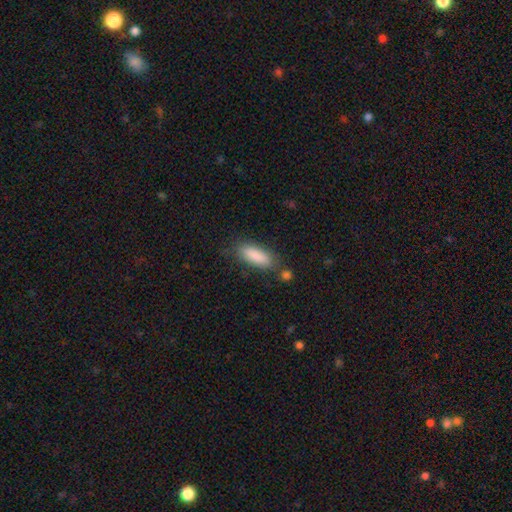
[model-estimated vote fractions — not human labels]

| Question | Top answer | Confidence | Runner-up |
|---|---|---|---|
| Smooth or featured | smooth | 87% | featured or disk (6%) |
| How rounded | in between | 64% | cigar-shaped (34%) |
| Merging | none | 73% | minor disturbance (15%) |